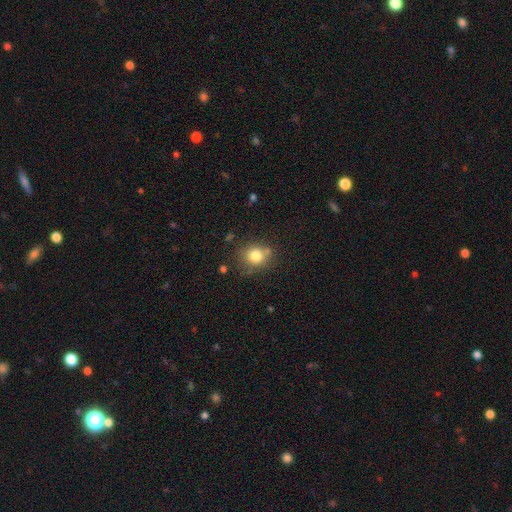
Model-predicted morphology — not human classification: Overall: smooth (79%). How rounded: round (75%). Merging: none (69%).